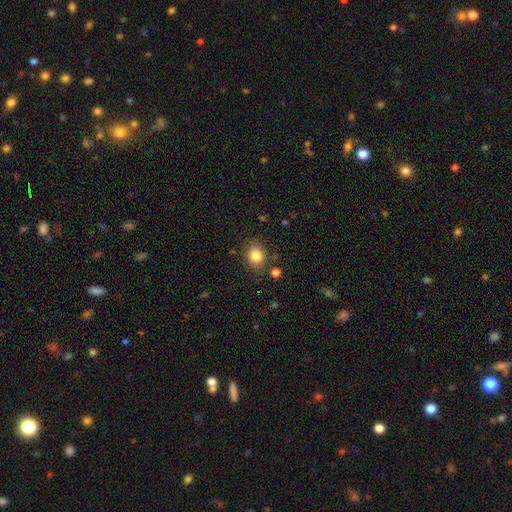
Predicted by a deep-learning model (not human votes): Morphology: type=smooth (83%); roundness=round (65%); merging=none (83%).